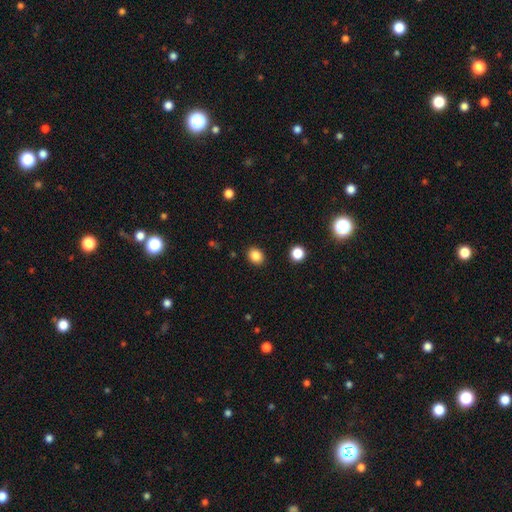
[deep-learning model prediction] smooth_or_featured: smooth (p=0.85) [alt: star or artifact p=0.11]
how_rounded: round (p=0.57) [alt: in between p=0.42]
merging: none (p=0.89) [alt: minor disturbance p=0.07]